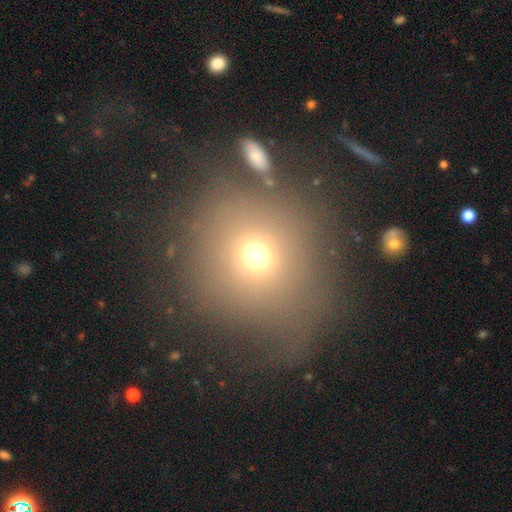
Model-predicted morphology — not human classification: type=smooth (66%); roundness=round (90%); merging=none (61%).